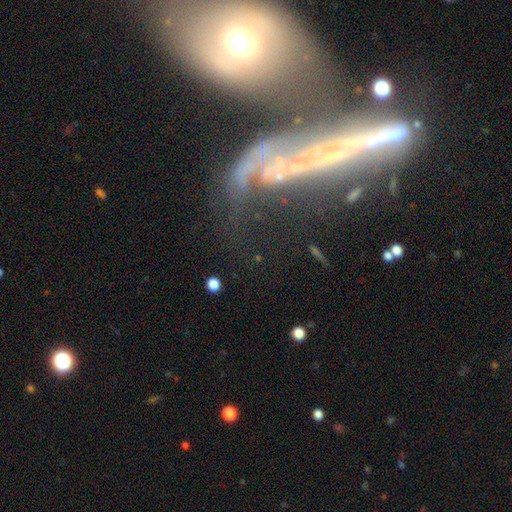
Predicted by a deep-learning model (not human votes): A featured or disk galaxy (64%).

Vote fractions:
- Smooth or featured? featured or disk: 64% / star or artifact: 19% / smooth: 18%
- Edge-on disk? no: 63% / yes: 37%
- Merging? none: 41% / major disturbance: 22% / merger: 20% / minor disturbance: 17%